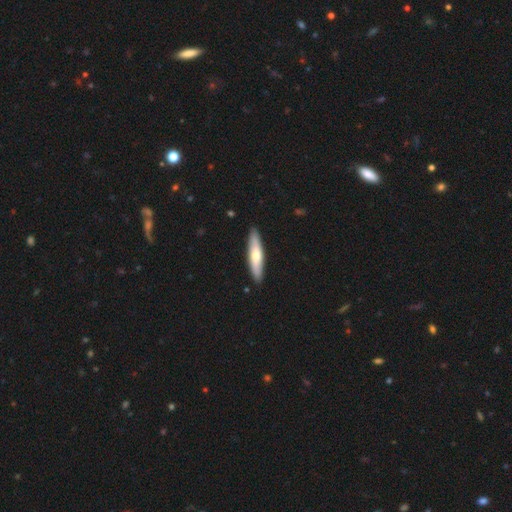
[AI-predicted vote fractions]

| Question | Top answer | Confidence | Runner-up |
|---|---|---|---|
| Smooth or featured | smooth | 59% | featured or disk (36%) |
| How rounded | cigar-shaped | 79% | in between (19%) |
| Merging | none | 90% | minor disturbance (7%) |